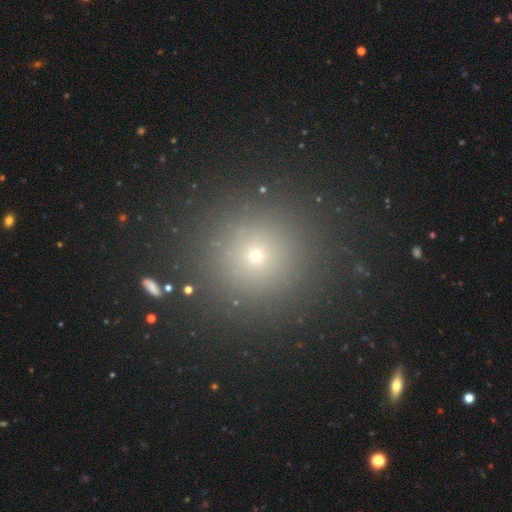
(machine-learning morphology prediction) smooth_or_featured: smooth (p=0.62) [alt: star or artifact p=0.31]
how_rounded: round (p=0.95) [alt: in between p=0.04]
merging: none (p=0.91) [alt: minor disturbance p=0.05]